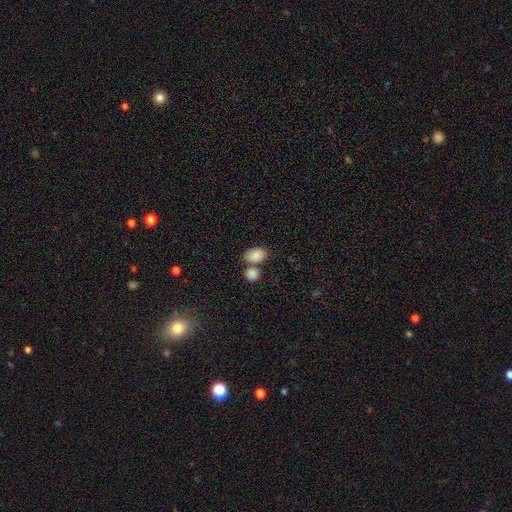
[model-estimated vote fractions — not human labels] The model was most divided on "merging": none: 49%, merger: 35%, minor disturbance: 12%, major disturbance: 4%. More confident: smooth or featured — smooth (86%); how rounded — in between (85%).